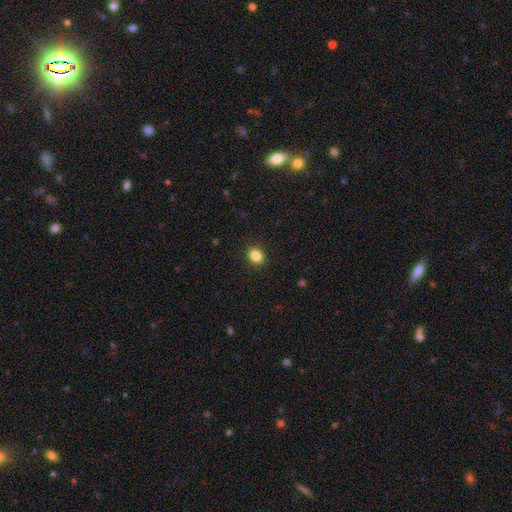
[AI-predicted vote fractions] Smooth or featured: smooth — 85% (star or artifact — 10%)
How rounded: round — 61% (in between — 38%)
Merging: none — 91% (minor disturbance — 6%)